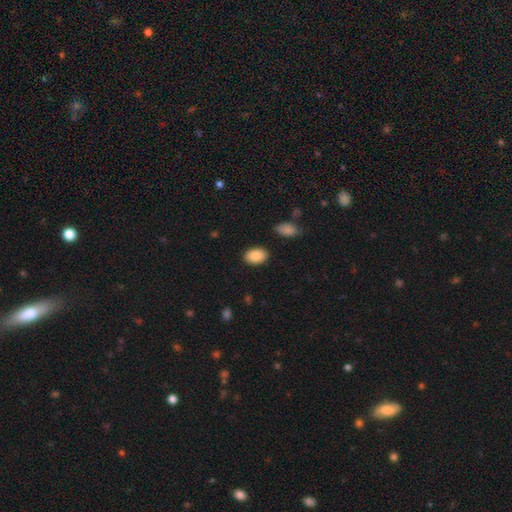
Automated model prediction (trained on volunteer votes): smooth 89%, star or artifact 7%, featured or disk 4%. Down the decision tree: how rounded — in between (89%); merging — none (88%).